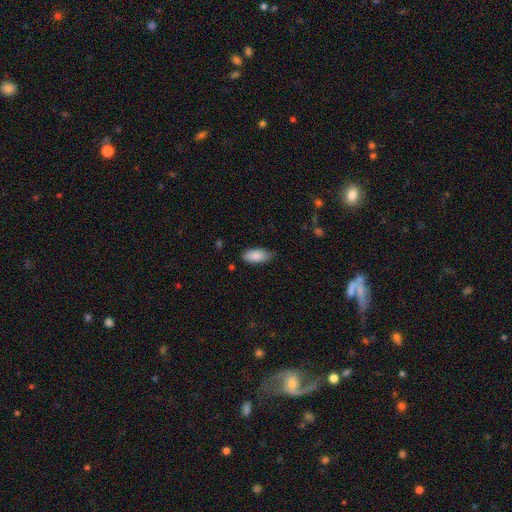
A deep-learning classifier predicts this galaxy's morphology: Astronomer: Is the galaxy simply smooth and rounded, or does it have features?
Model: smooth — 87%.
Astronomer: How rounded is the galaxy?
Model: in between — 90%.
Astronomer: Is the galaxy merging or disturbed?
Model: none — 73%.